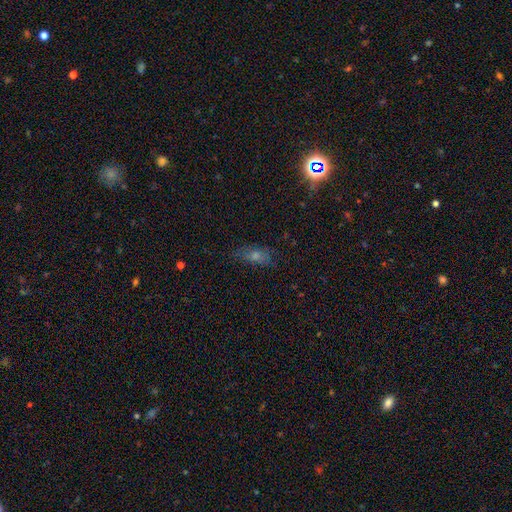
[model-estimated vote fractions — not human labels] smooth 44%, star or artifact 32%, featured or disk 24%. Down the decision tree: merging — none (73%).